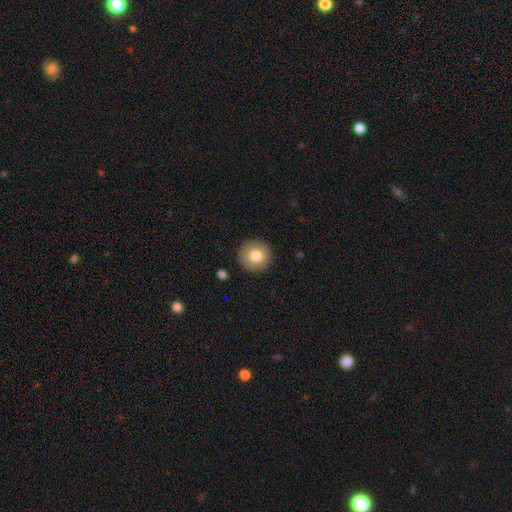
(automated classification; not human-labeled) smooth-or-featured: smooth: 79% | featured or disk: 13% | star or artifact: 8%
  how-rounded: round: 94% | in between: 5% | cigar-shaped: 1%
  merging: none: 91% | minor disturbance: 6% | major disturbance: 2% | merger: 1%